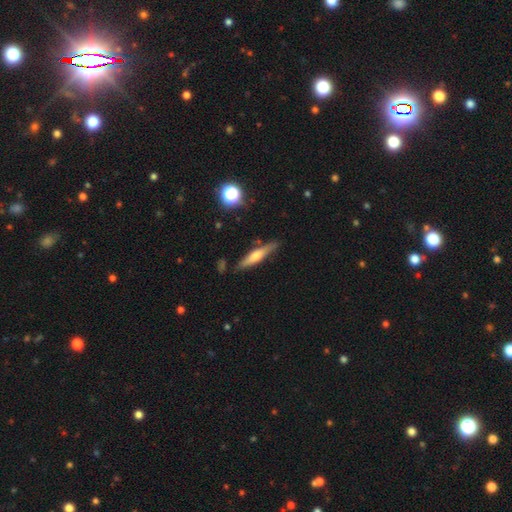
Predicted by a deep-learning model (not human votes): The model was most divided on "smooth or featured": featured or disk: 47%, smooth: 46%, star or artifact: 7%. More confident: merging — none (82%).